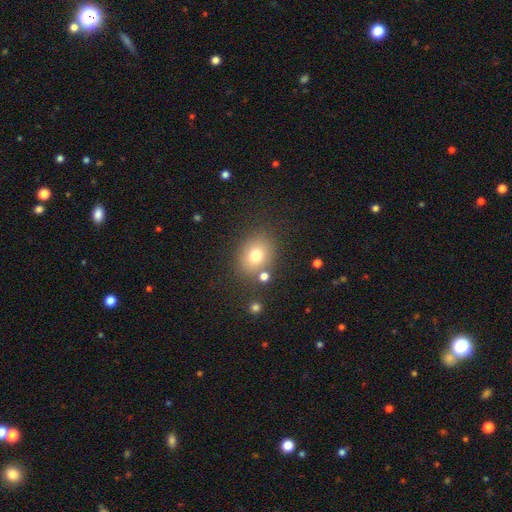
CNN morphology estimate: This appears to be a smooth galaxy with no disk features (75%) that is round (55%). Merging: none (77%).